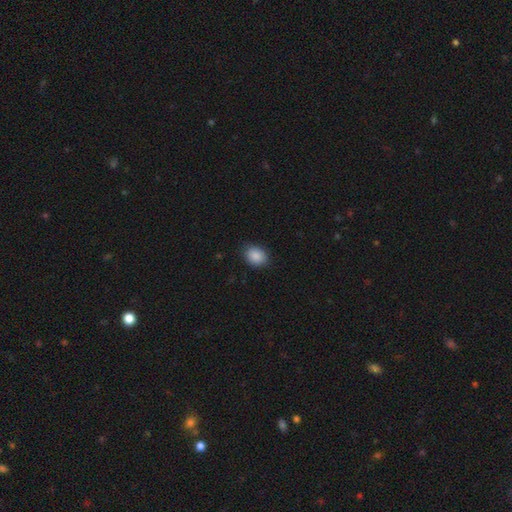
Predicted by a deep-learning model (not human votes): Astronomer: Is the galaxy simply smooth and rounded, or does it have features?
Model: smooth — 89%.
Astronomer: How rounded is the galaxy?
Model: in between — 58% (runner-up: round, 41%).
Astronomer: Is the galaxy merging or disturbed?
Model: none — 85%.